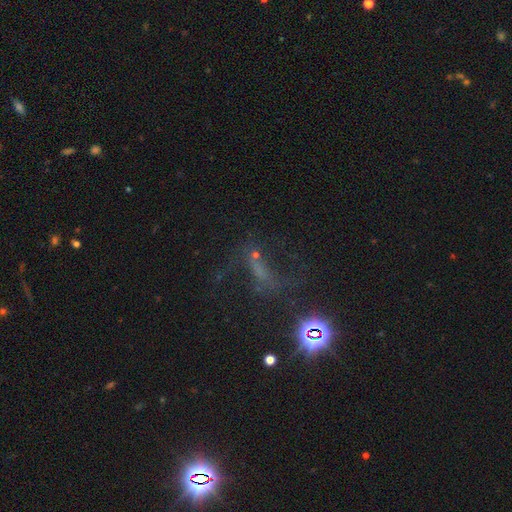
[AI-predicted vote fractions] Q: Smooth or featured?
A: star or artifact (42%); runner-up: smooth (30%)